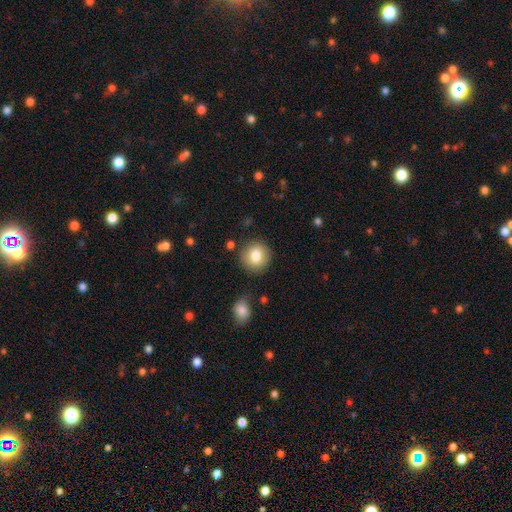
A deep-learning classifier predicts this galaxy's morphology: Overall: smooth (82%). How rounded: round (91%). Merging: none (87%).